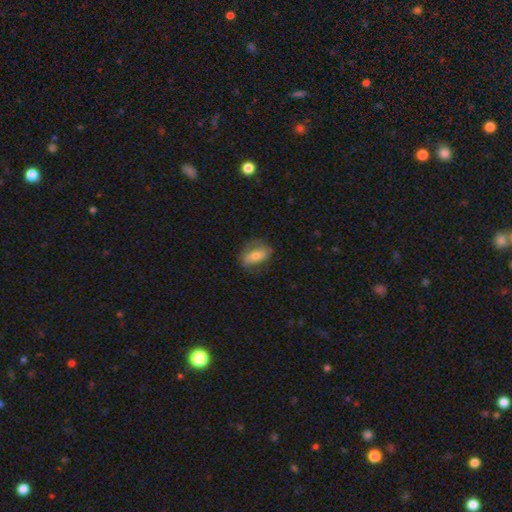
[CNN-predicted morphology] This appears to be a smooth galaxy with no disk features (59%) that is in between round and cigar-shaped (85%). Merging: none (66%).